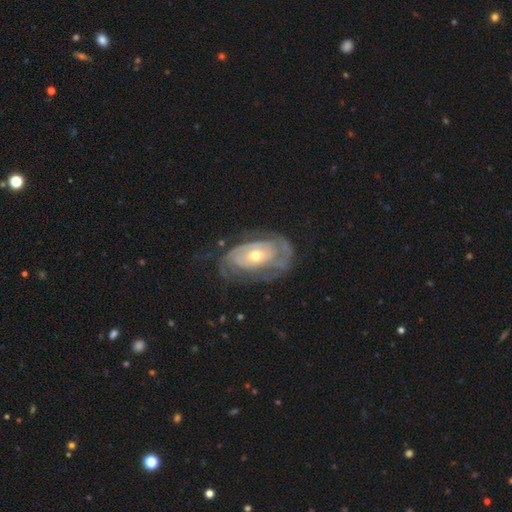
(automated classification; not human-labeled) Smooth or featured? featured or disk (81%)
Edge-on disk? no (94%)
Bar? no (77%)
Spiral arms? yes (86%)
Spiral winding? tight (67%)
Spiral arm count? can't tell (43%)
Bulge size? moderate (61%)
Merging? none (58%)